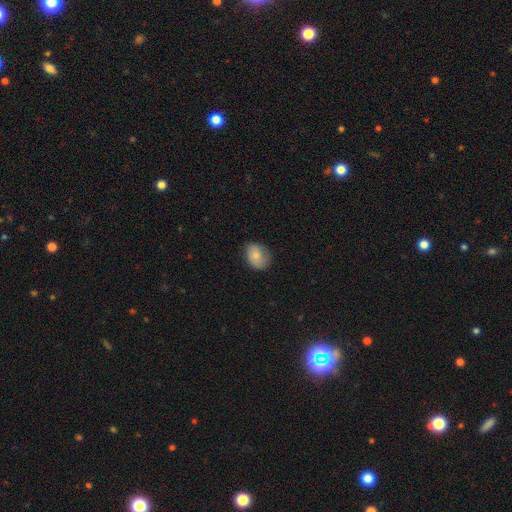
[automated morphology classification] type=smooth (78%); roundness=in between (61%); merging=none (73%).